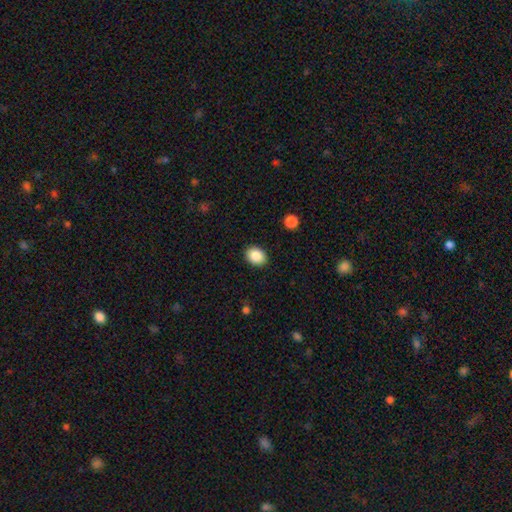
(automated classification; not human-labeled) The model was most divided on "how rounded": in between: 62%, round: 37%, cigar-shaped: 1%. More confident: merging — none (90%); smooth or featured — smooth (88%).